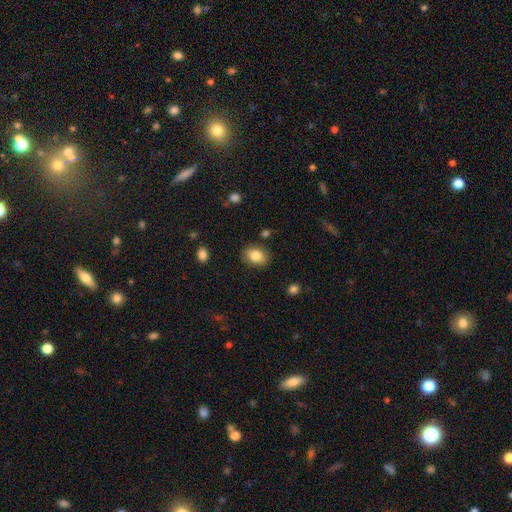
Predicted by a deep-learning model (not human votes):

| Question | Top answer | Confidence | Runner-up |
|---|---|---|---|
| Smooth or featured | smooth | 85% | star or artifact (8%) |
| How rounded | in between | 74% | round (25%) |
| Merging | none | 85% | minor disturbance (11%) |